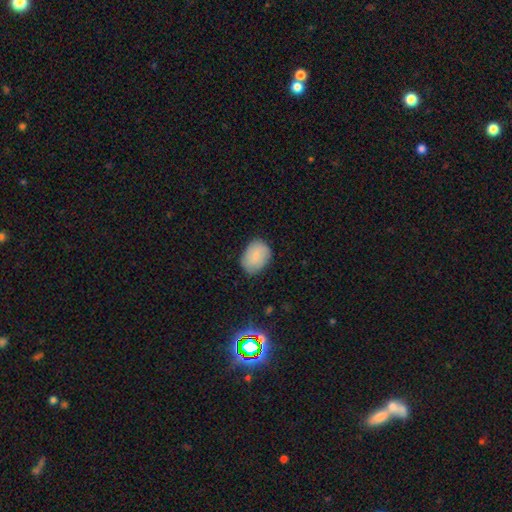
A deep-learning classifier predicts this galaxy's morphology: smooth-or-featured: smooth: 78% | featured or disk: 15% | star or artifact: 7%
  how-rounded: in between: 66% | round: 33% | cigar-shaped: 1%
  merging: none: 75% | minor disturbance: 20% | major disturbance: 4% | merger: 1%